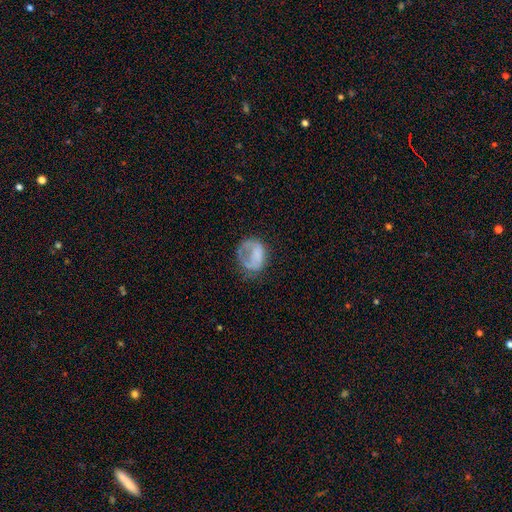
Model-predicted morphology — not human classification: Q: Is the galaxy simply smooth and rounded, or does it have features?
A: smooth — 54%.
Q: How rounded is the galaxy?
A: round — 55%.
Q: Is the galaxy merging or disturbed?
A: none — 38%.